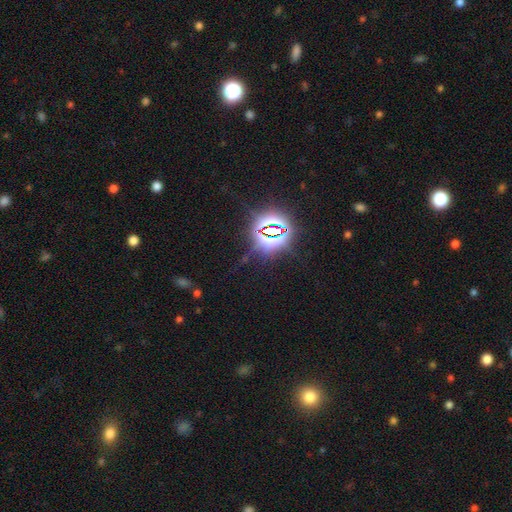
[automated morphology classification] Smooth or featured?
  - star or artifact: 81% *
  - smooth: 12%
  - featured or disk: 7%